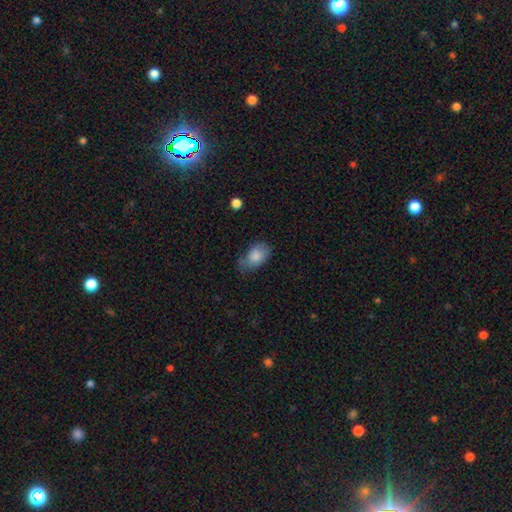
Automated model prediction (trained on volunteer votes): Smooth or featured: smooth — 83% (featured or disk — 10%)
How rounded: in between — 88% (round — 10%)
Merging: none — 49% (minor disturbance — 36%)